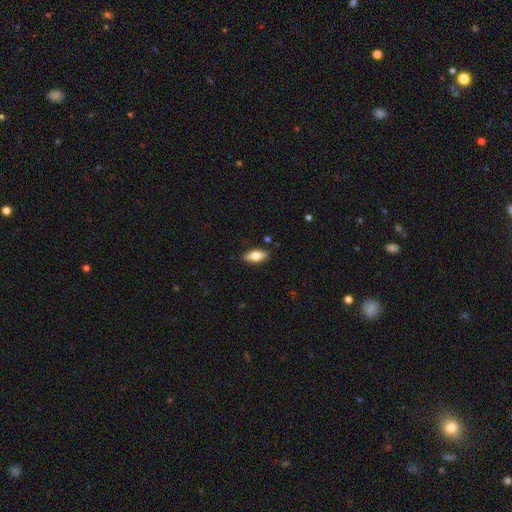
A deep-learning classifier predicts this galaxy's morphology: Smooth or featured? smooth (69%)
How rounded? in between (78%)
Merging? none (87%)